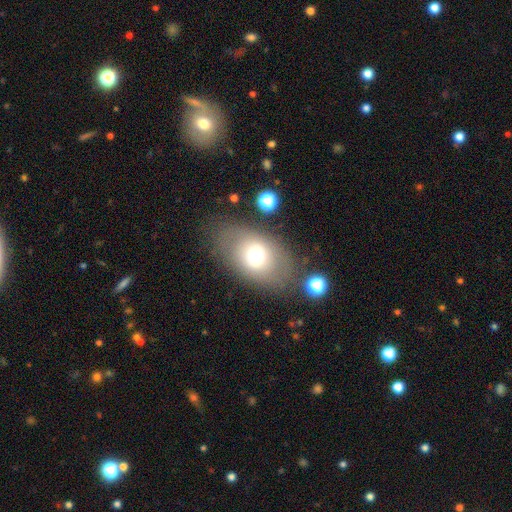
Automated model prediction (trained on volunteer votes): Smooth or featured? Predicted: smooth (p=0.65). How rounded? Predicted: in between (p=0.81). Merging? Predicted: none (p=0.75).